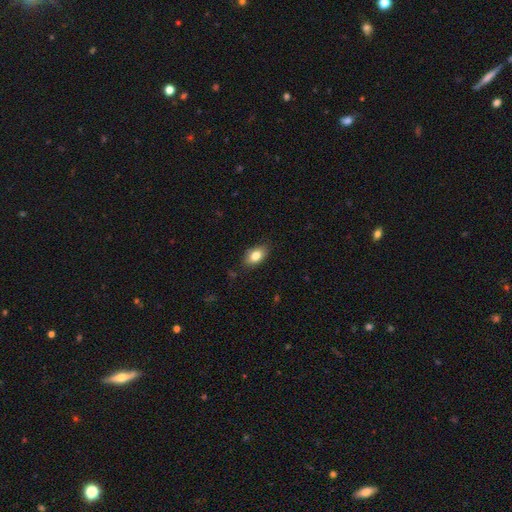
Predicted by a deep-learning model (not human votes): This appears to be a smooth galaxy with no disk features (81%) that is in between round and cigar-shaped (88%). Merging: none (85%).